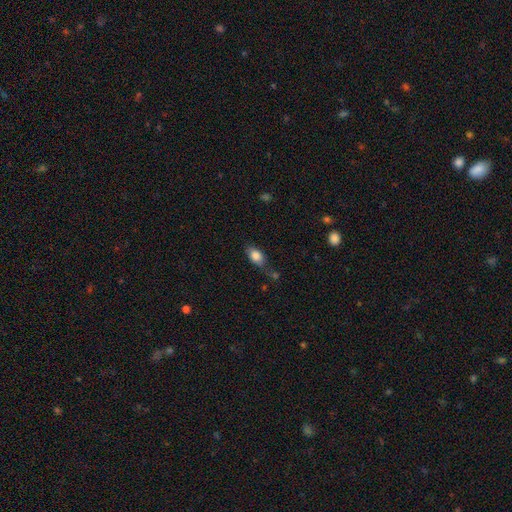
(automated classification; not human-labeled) smooth_or_featured: smooth (p=0.82) [alt: featured or disk p=0.10]
how_rounded: in between (p=0.87) [alt: round p=0.08]
merging: none (p=0.58) [alt: minor disturbance p=0.25]